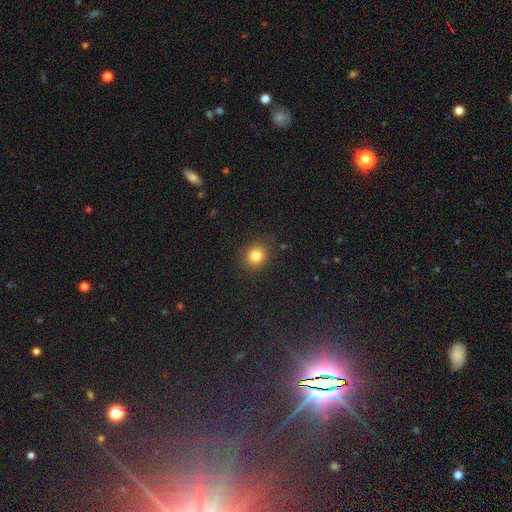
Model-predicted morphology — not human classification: smooth_or_featured: smooth (p=0.82) [alt: star or artifact p=0.12]
how_rounded: round (p=0.84) [alt: in between p=0.15]
merging: none (p=0.89) [alt: minor disturbance p=0.08]